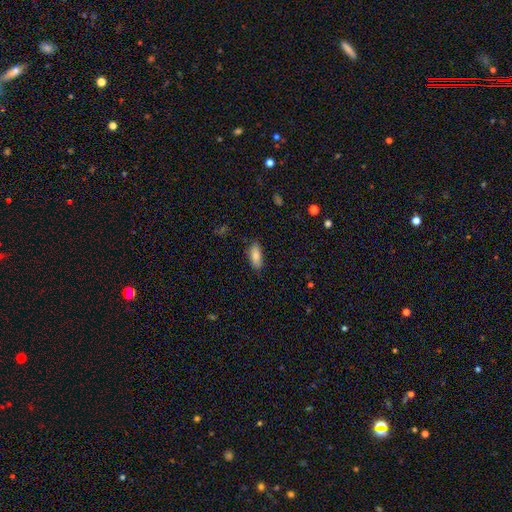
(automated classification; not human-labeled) A smooth galaxy with no disk features (84%) that is in between round and cigar-shaped (80%).

Vote fractions:
- Smooth or featured? smooth: 84% / featured or disk: 9% / star or artifact: 7%
- How rounded? in between: 80% / cigar-shaped: 18% / round: 2%
- Merging? none: 82% / minor disturbance: 14% / major disturbance: 3% / merger: 1%